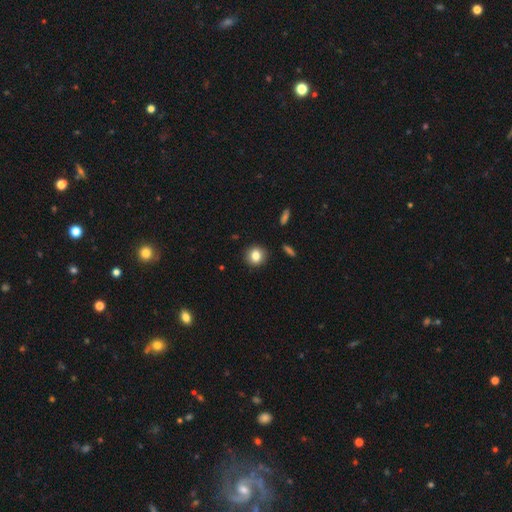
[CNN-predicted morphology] type=smooth (81%); roundness=round (84%); merging=none (90%).